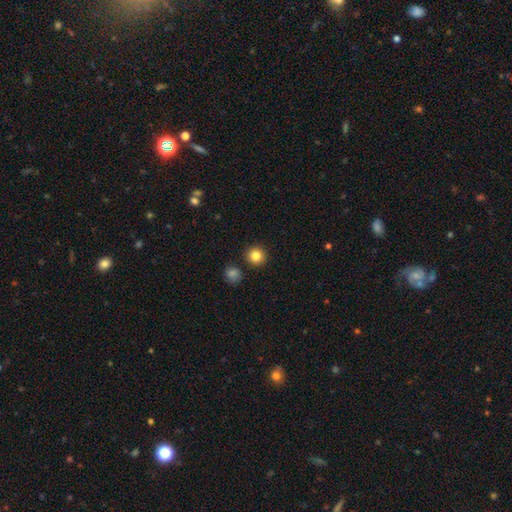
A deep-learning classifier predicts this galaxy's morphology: smooth-or-featured: smooth: 84% | star or artifact: 11% | featured or disk: 5%
  how-rounded: round: 94% | in between: 5% | cigar-shaped: 1%
  merging: none: 90% | minor disturbance: 5% | merger: 3% | major disturbance: 2%